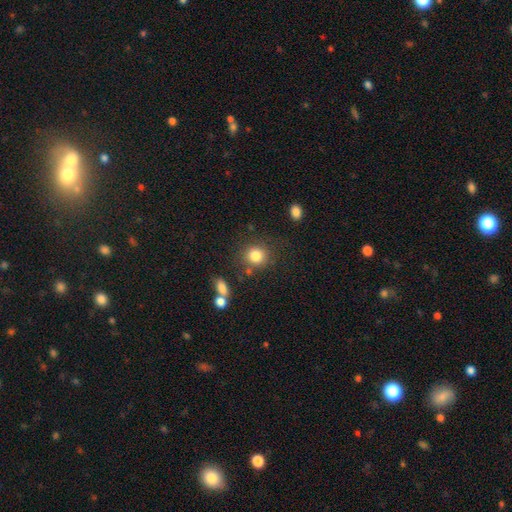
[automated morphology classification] type=smooth (82%); roundness=round (85%); merging=none (78%).